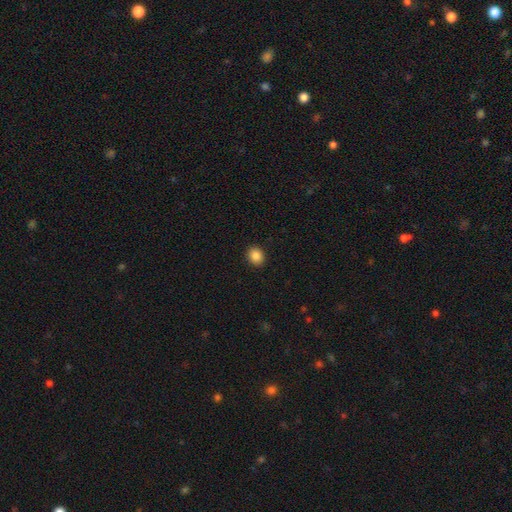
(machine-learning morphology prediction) Smooth or featured? smooth (86%)
How rounded? round (58%)
Merging? none (91%)